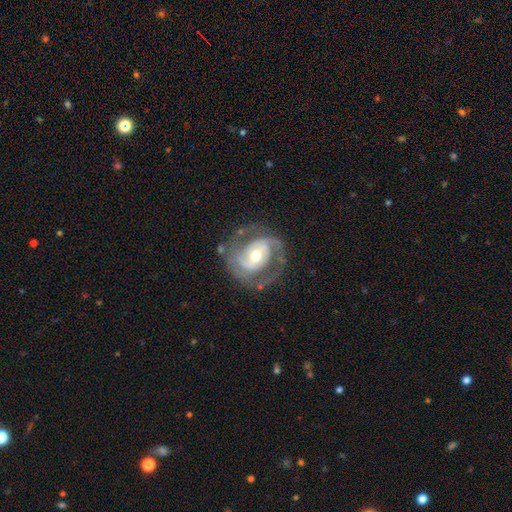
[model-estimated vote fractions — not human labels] smooth-or-featured: featured or disk: 85% | smooth: 9% | star or artifact: 5%
  disk-edge-on: no: 97% | yes: 3%
    bar: weak: 38% (tied) | no: 38% (tied) | strong: 24%
    has-spiral-arms: yes: 93% | no: 7%
      spiral-winding: medium: 47% | tight: 38% | loose: 15%
      spiral-arm-count: 2: 82% | can't tell: 7% | 3: 4% | 1: 3% | 4: 1% | more than 4: 1%
    bulge-size: moderate: 63% | small: 29% | large: 6% | dominant: 1% | none: 1%
  merging: none: 71% | minor disturbance: 16% | major disturbance: 11% | merger: 2%